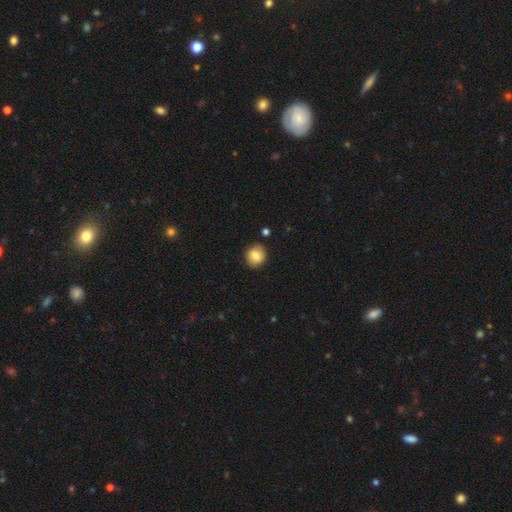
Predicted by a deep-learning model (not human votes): Morphology: type=smooth (81%); roundness=round (78%); merging=none (86%).